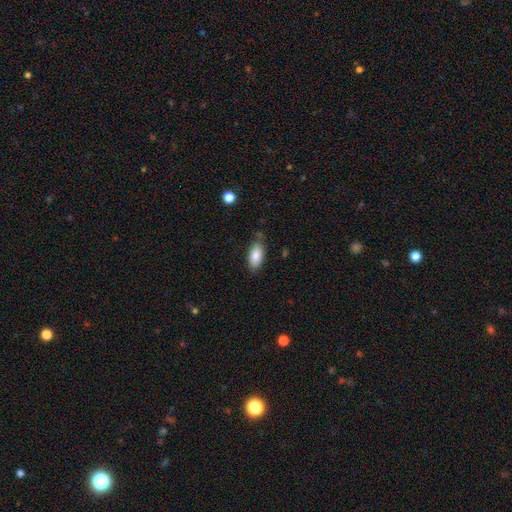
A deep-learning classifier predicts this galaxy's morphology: Smooth or featured? smooth (86%)
How rounded? in between (89%)
Merging? none (75%)